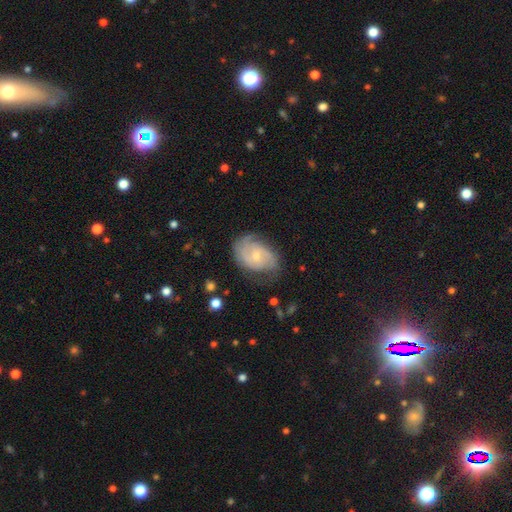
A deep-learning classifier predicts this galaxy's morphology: A featured or disk galaxy (79%) with no bar (61%), 2 (56%) tight (45%) spiral arms (94%) and a small central bulge (67%). Merging: none (66%).